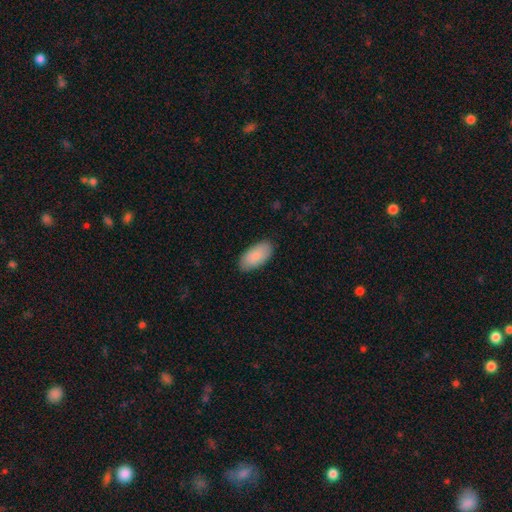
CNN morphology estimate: A smooth galaxy with no disk features (88%) that is in between round and cigar-shaped (95%). Merging: none (86%).